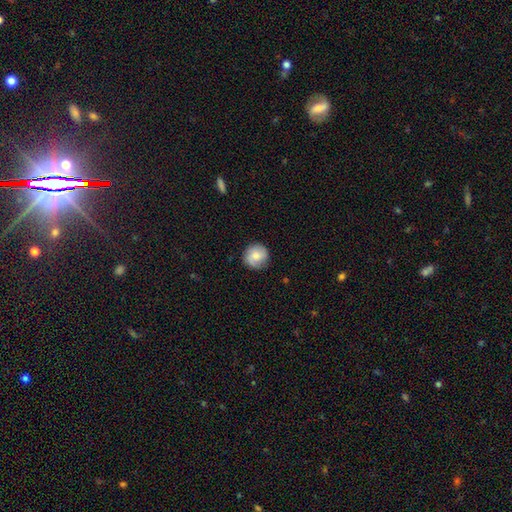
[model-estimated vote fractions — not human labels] Smooth or featured: smooth — 71% (featured or disk — 22%)
How rounded: round — 92% (in between — 7%)
Merging: none — 83% (minor disturbance — 13%)